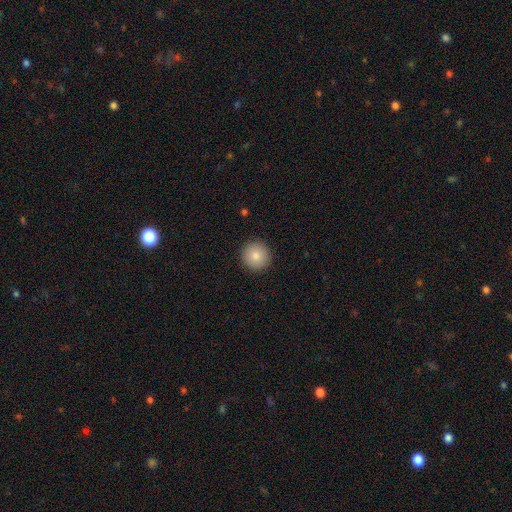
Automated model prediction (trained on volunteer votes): smooth-or-featured: smooth: 84% | star or artifact: 9% | featured or disk: 7%
  how-rounded: round: 95% | in between: 4% | cigar-shaped: 1%
  merging: none: 93% | minor disturbance: 5% | major disturbance: 2% | merger: 1%